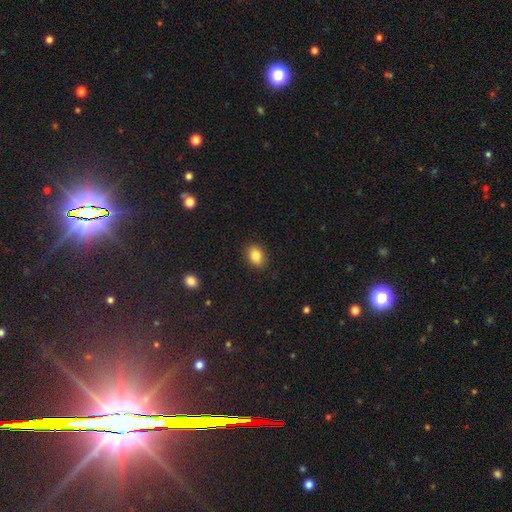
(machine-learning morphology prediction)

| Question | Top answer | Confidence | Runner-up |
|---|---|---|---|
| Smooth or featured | smooth | 85% | star or artifact (9%) |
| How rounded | in between | 63% | round (36%) |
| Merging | none | 88% | minor disturbance (8%) |